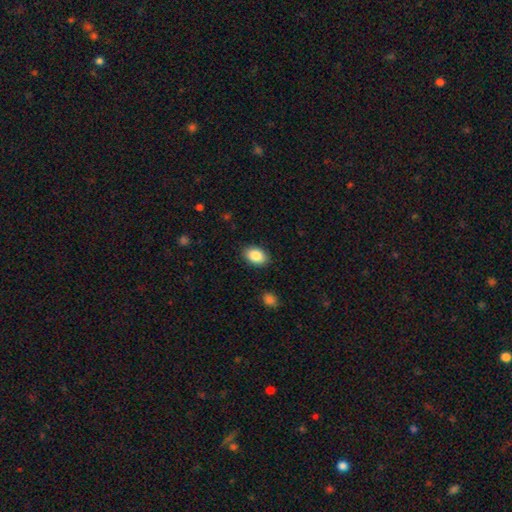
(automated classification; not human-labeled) Overall: smooth (87%). How rounded: in between (87%). Merging: none (88%).